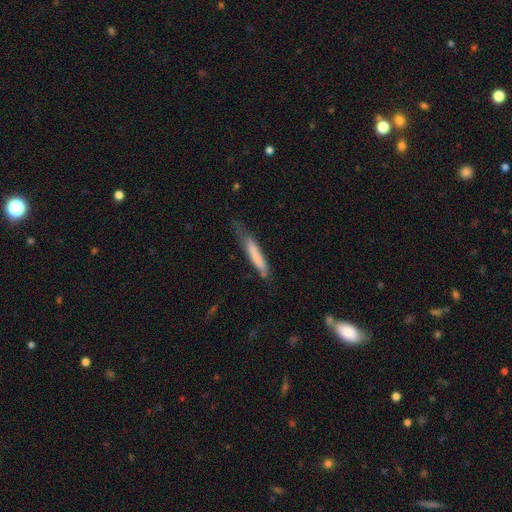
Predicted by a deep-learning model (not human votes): This appears to be a smooth galaxy with no disk features (70%) that is cigar-shaped (93%). Merging: none (55%).